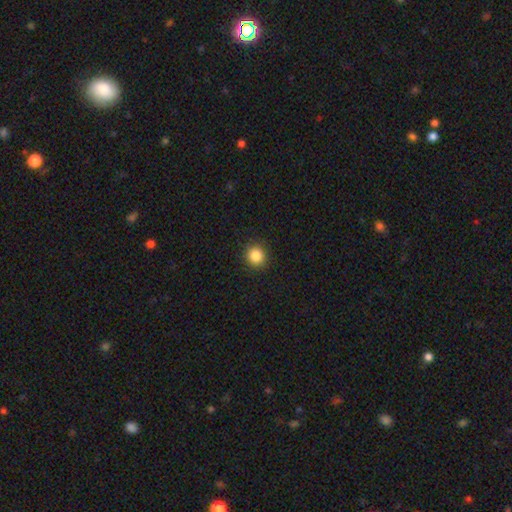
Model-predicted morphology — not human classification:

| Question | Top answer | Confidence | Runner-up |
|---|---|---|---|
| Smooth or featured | smooth | 86% | star or artifact (11%) |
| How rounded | round | 90% | in between (9%) |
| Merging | none | 91% | minor disturbance (6%) |